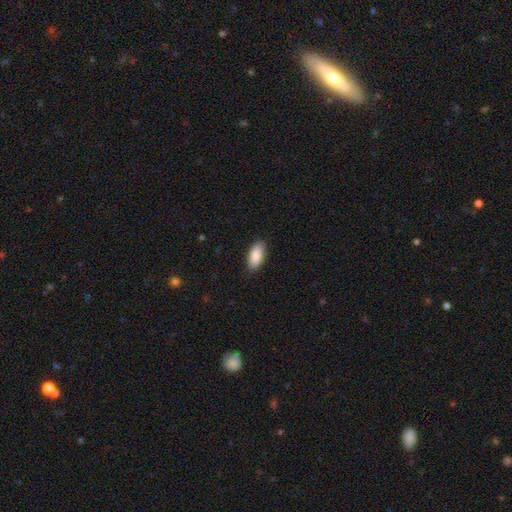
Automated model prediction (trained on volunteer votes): A smooth galaxy with no disk features (89%) that is in between round and cigar-shaped (90%).

Vote fractions:
- Smooth or featured? smooth: 89% / star or artifact: 6% / featured or disk: 5%
- How rounded? in between: 90% / cigar-shaped: 8% / round: 2%
- Merging? none: 87% / minor disturbance: 10% / major disturbance: 2% / merger: 1%